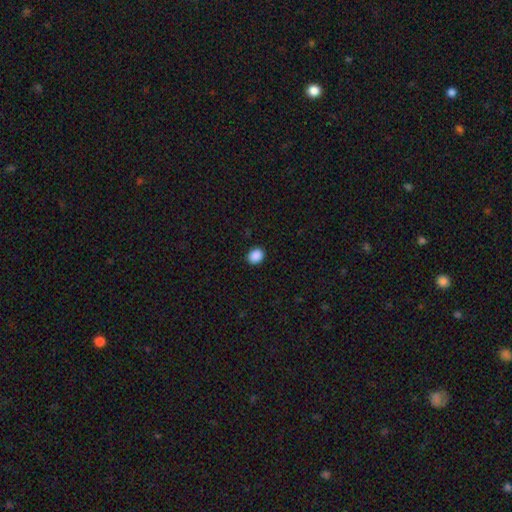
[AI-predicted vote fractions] Smooth or featured: smooth — 89% (star or artifact — 9%)
How rounded: round — 55% (in between — 44%)
Merging: none — 91% (minor disturbance — 6%)